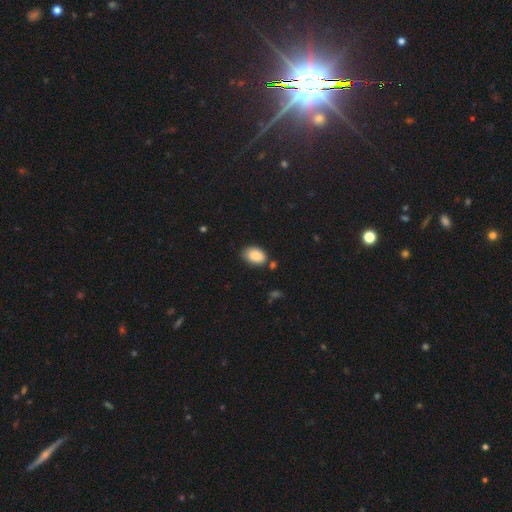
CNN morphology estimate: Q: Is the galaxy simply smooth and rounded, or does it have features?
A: smooth — 87%.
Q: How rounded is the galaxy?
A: in between — 88%.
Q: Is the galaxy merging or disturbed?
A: none — 76%.